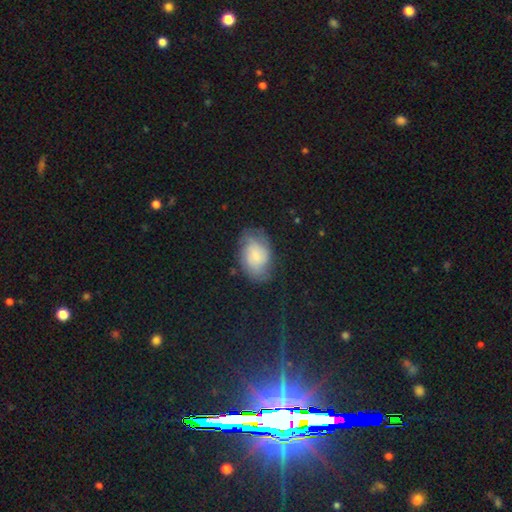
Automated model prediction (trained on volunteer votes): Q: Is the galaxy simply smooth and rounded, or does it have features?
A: featured or disk — 46%.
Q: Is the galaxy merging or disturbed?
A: none — 65%.